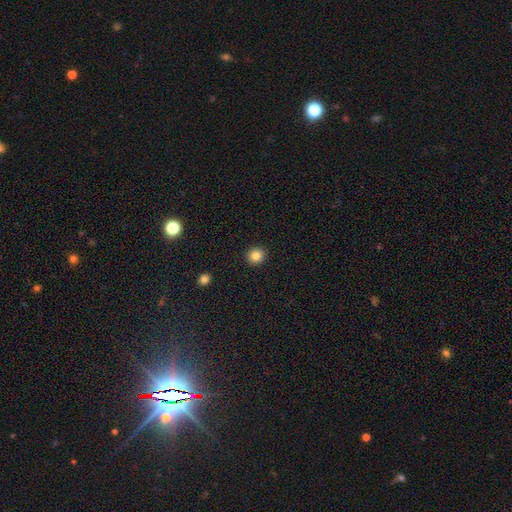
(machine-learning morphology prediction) This appears to be a smooth galaxy with no disk features (84%) that is round (89%). Merging: none (93%).